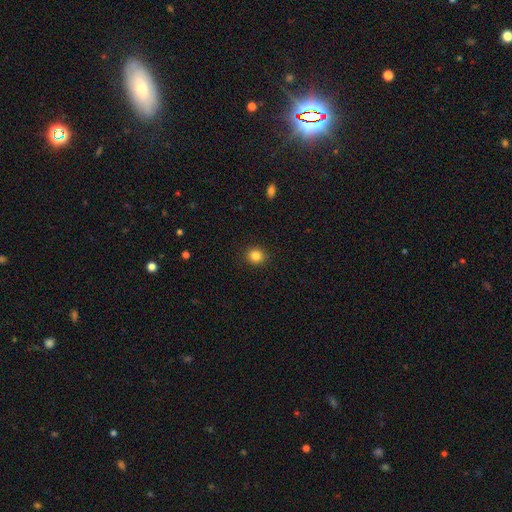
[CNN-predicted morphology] Smooth or featured? Predicted: smooth (p=0.84). How rounded? Predicted: round (p=0.83). Merging? Predicted: none (p=0.91).